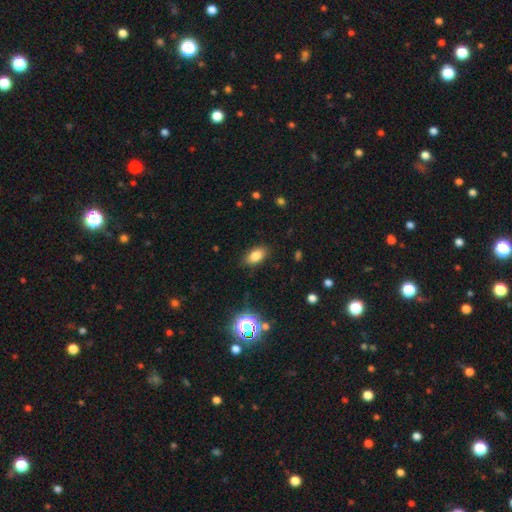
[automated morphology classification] Q: Smooth or featured?
A: smooth (81%); runner-up: star or artifact (11%)
Q: How rounded?
A: in between (89%); runner-up: round (7%)
Q: Merging?
A: none (86%); runner-up: minor disturbance (10%)